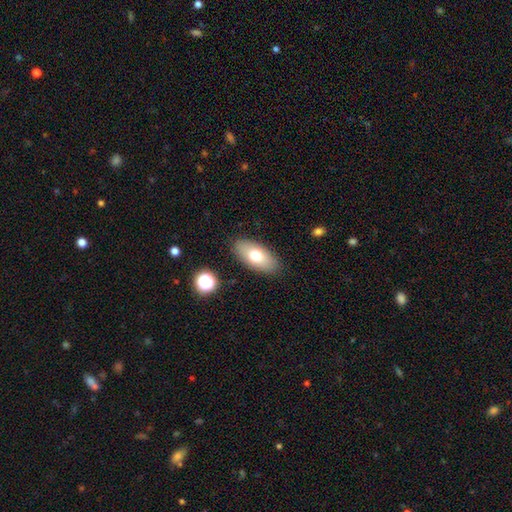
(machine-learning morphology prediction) This is likely a smooth galaxy (71%). How rounded: clearly in between (90%). Merging: clearly none (88%).